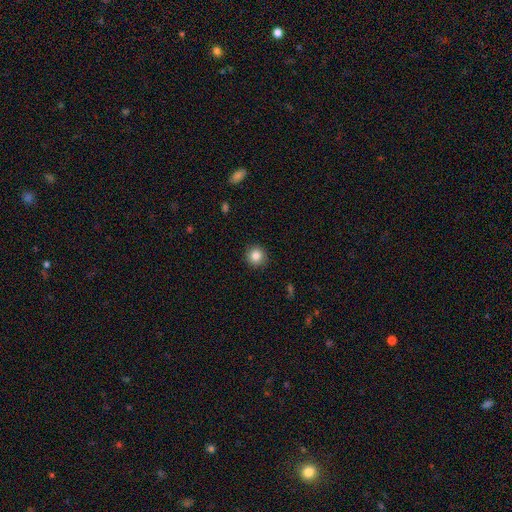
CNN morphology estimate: Smooth or featured? Predicted: smooth (p=0.85). How rounded? Predicted: round (p=0.94). Merging? Predicted: none (p=0.91).